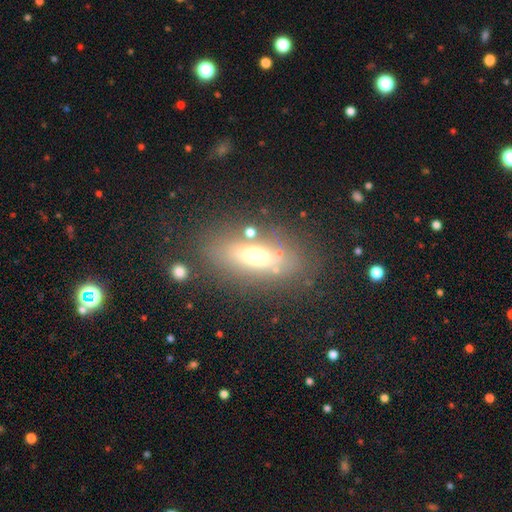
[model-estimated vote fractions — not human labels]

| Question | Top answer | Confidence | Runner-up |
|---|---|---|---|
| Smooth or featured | smooth | 47% | featured or disk (38%) |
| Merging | none | 76% | minor disturbance (14%) |